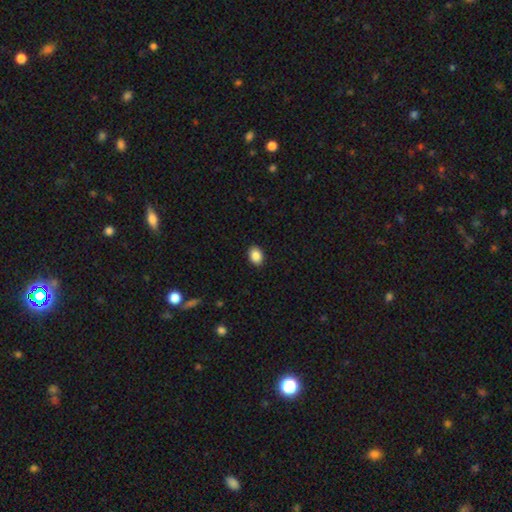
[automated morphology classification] This appears to be a smooth galaxy with no disk features (88%) that is in between round and cigar-shaped (71%). Merging: none (91%).